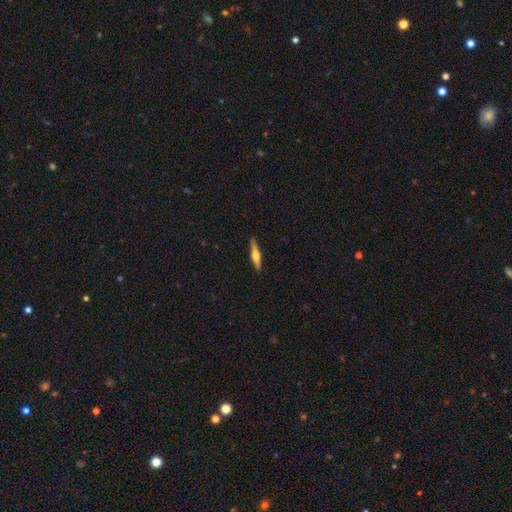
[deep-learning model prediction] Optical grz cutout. It shows a featured or disk galaxy (52%) viewed edge-on (96%) with a rounded central bulge (88%). Merging: none (90%).